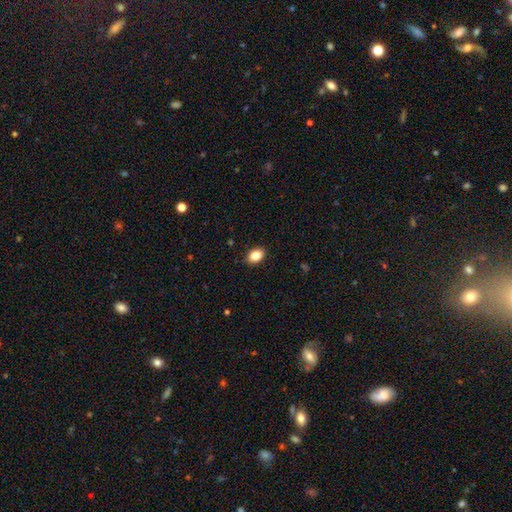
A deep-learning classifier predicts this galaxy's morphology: Smooth or featured? smooth (86%)
How rounded? in between (84%)
Merging? none (89%)